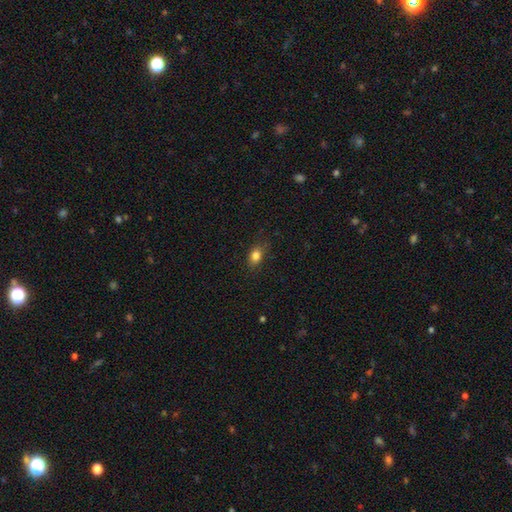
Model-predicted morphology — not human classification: This is clearly a smooth galaxy (82%). How rounded: likely in between (71%). Merging: likely none (78%).